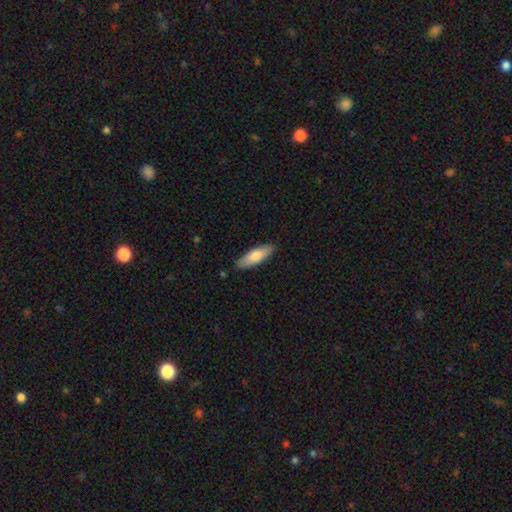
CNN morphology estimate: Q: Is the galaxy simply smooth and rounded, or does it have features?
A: smooth — 75%.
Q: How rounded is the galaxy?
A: in between — 52%.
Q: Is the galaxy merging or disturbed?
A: none — 86%.